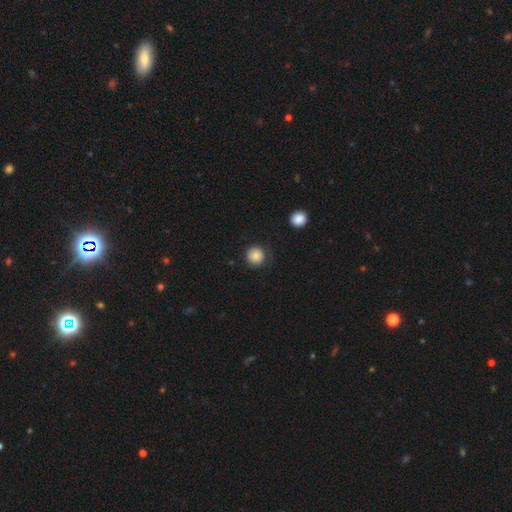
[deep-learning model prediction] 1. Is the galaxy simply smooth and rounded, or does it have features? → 86% smooth, 9% star or artifact, 5% featured or disk.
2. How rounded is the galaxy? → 95% round, 5% in between, 1% cigar-shaped.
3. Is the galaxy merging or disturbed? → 83% none, 11% minor disturbance, 4% major disturbance, 1% merger.